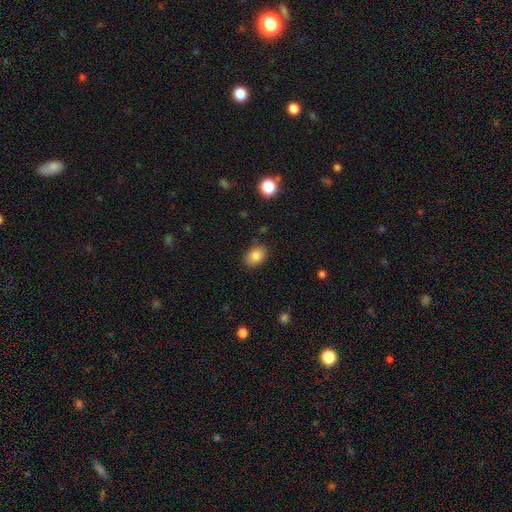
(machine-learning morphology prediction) smooth 84%, star or artifact 9%, featured or disk 7%. Down the decision tree: how rounded — in between (75%); merging — none (84%).